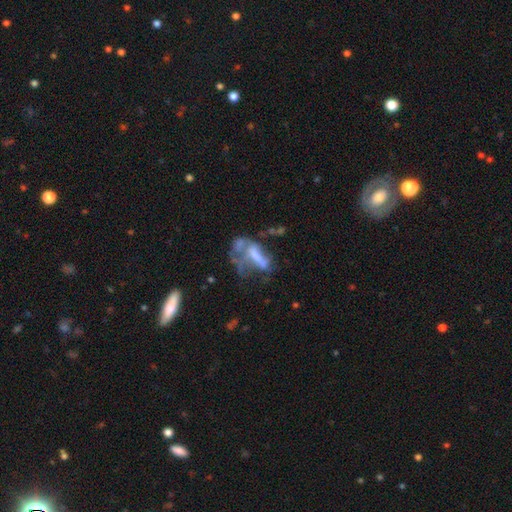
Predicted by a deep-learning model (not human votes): Morphology: type=featured or disk (56%); edge-on=no (89%); bar=no (60%); spiral arms=no (81%); bulge=none (39%); merging=major disturbance (42%).